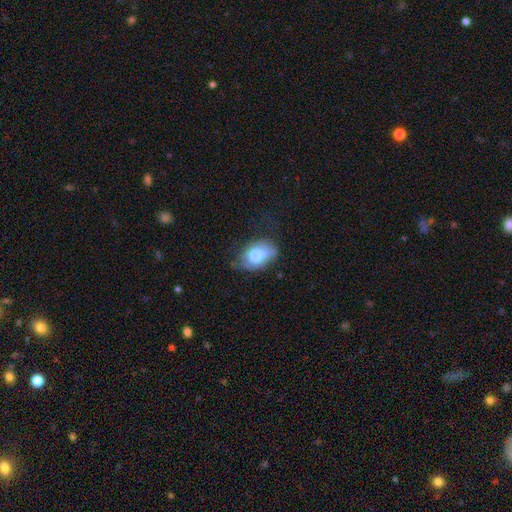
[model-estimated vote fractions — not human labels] smooth_or_featured: smooth (p=0.73) [alt: featured or disk p=0.19]
how_rounded: in between (p=0.85) [alt: round p=0.14]
merging: none (p=0.49) [alt: minor disturbance p=0.35]